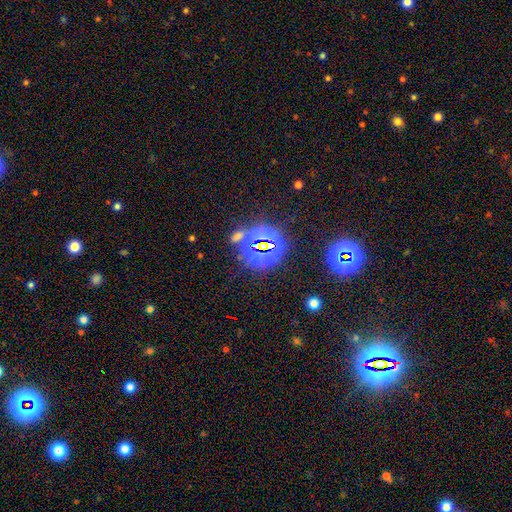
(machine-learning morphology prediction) The model was most divided on "smooth or featured": star or artifact: 73%, smooth: 19%, featured or disk: 8%.